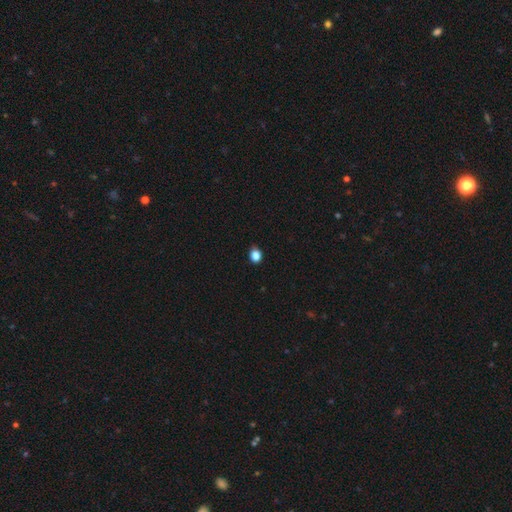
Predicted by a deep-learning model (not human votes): A smooth galaxy with no disk features (84%) that is round (57%). Merging: none (84%).